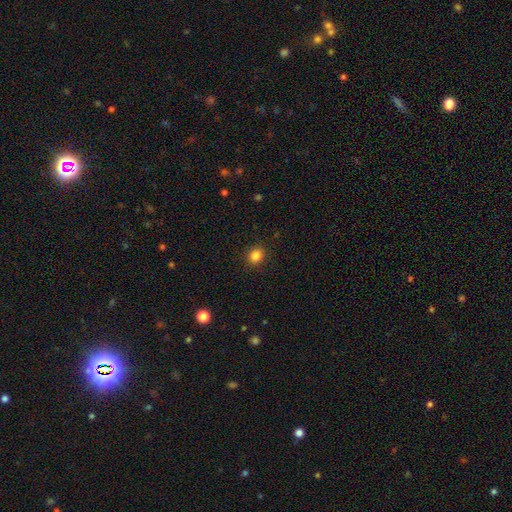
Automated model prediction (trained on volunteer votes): Morphology: type=smooth (85%); roundness=round (73%); merging=none (90%).